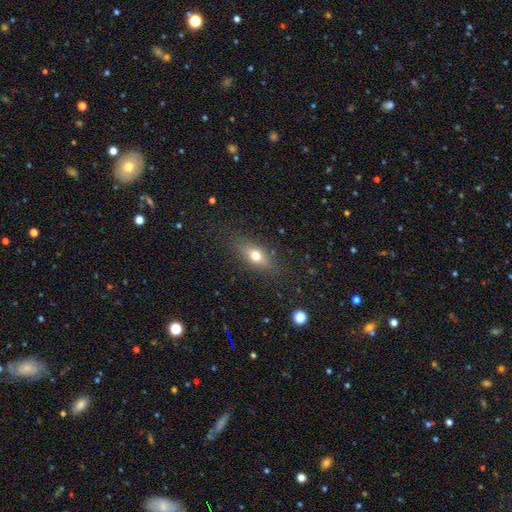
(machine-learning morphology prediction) This appears to be a smooth galaxy with no disk features (65%) that is in between round and cigar-shaped (66%). Merging: none (83%).